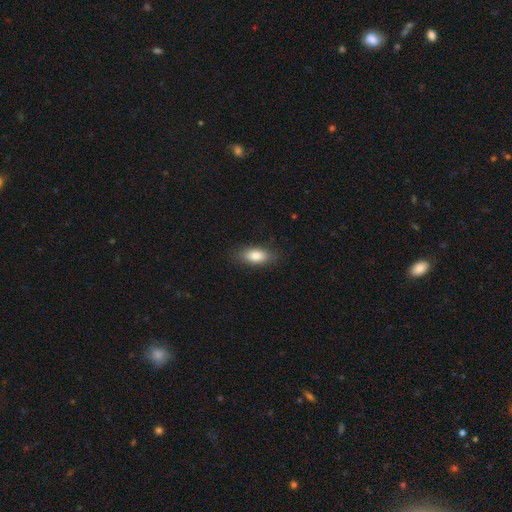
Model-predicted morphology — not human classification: Q: Smooth or featured?
A: smooth (84%); runner-up: featured or disk (9%)
Q: How rounded?
A: in between (87%); runner-up: cigar-shaped (9%)
Q: Merging?
A: none (84%); runner-up: minor disturbance (12%)